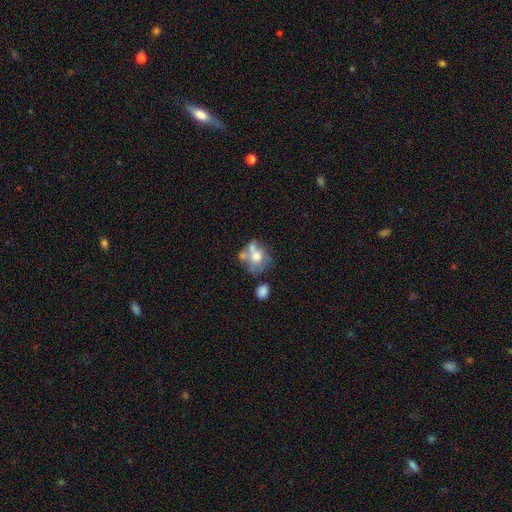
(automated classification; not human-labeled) Morphology: type=smooth (51%); roundness=round (60%); merging=merger (36%).